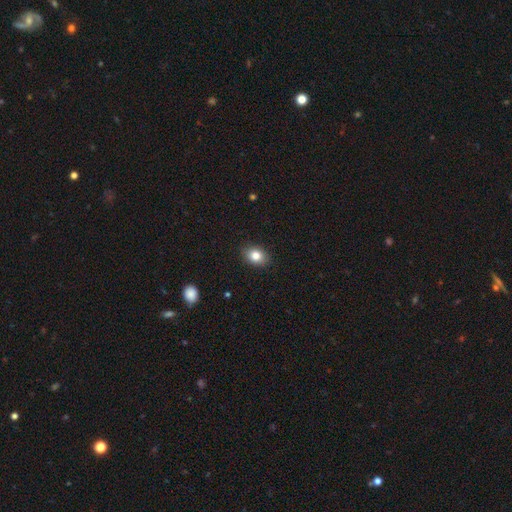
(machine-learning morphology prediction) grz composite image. It shows a smooth galaxy with no disk features (83%) that is in between round and cigar-shaped (69%). Merging: none (89%).